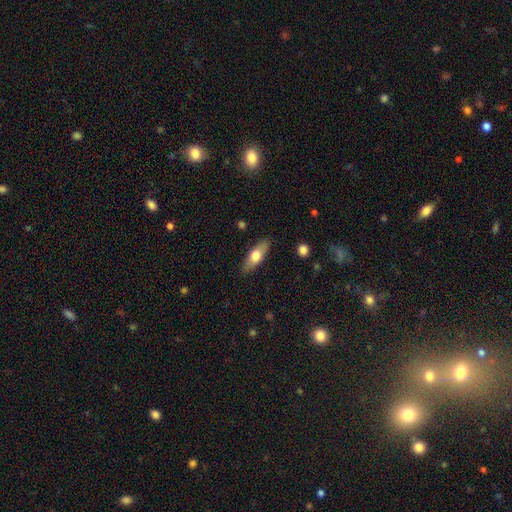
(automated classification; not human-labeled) A smooth galaxy with no disk features (64%) that is in between round and cigar-shaped (62%).

Vote fractions:
- Smooth or featured? smooth: 64% / featured or disk: 31% / star or artifact: 6%
- How rounded? in between: 62% / cigar-shaped: 35% / round: 3%
- Merging? none: 87% / minor disturbance: 10% / major disturbance: 2% / merger: 1%